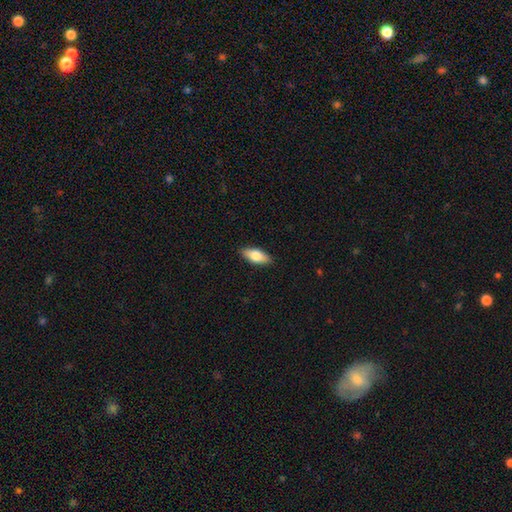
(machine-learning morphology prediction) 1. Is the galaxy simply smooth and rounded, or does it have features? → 77% smooth, 17% featured or disk, 6% star or artifact.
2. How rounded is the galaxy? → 83% in between, 14% cigar-shaped, 3% round.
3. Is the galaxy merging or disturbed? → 89% none, 8% minor disturbance, 2% major disturbance, 1% merger.